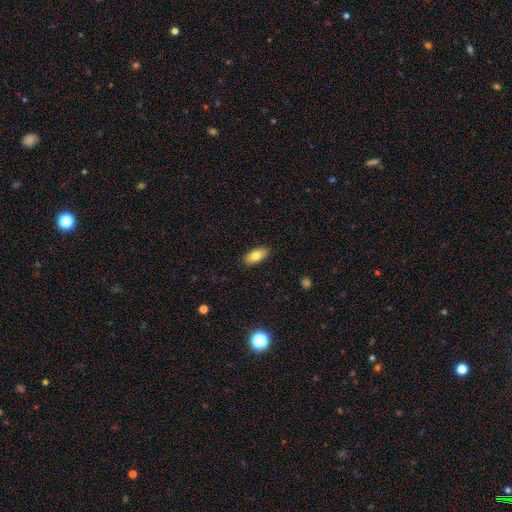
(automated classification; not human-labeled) Smooth or featured? smooth (79%)
How rounded? in between (90%)
Merging? none (89%)